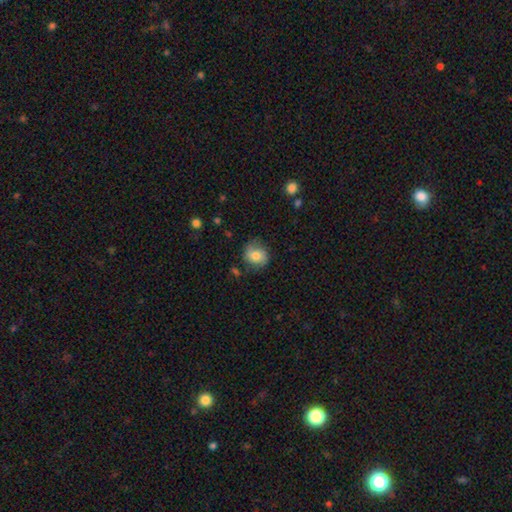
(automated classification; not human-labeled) Q: Smooth or featured?
A: smooth (70%); runner-up: featured or disk (22%)
Q: How rounded?
A: round (74%); runner-up: in between (25%)
Q: Merging?
A: none (72%); runner-up: minor disturbance (20%)